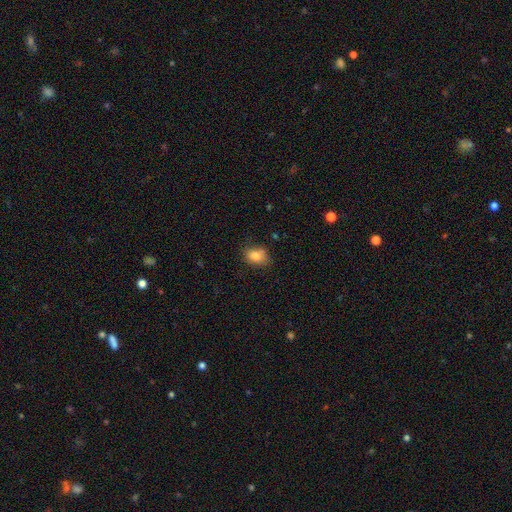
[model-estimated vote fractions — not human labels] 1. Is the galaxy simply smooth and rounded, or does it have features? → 83% smooth, 10% star or artifact, 8% featured or disk.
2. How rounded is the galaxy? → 67% in between, 32% round, 1% cigar-shaped.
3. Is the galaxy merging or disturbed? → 69% none, 23% minor disturbance, 5% major disturbance, 3% merger.